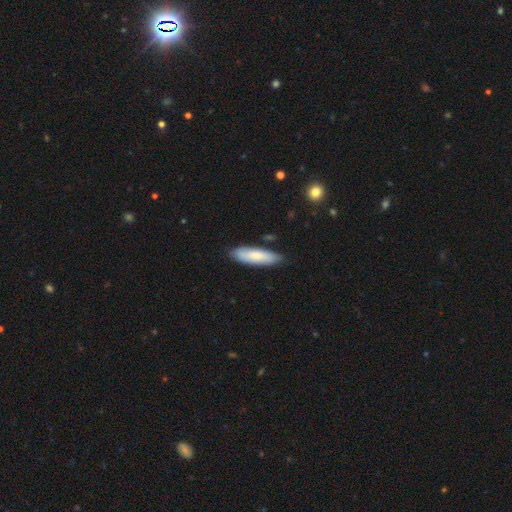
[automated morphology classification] smooth-or-featured: smooth: 76% | featured or disk: 18% | star or artifact: 5%
  how-rounded: cigar-shaped: 57% | in between: 42% | round: 1%
  merging: none: 82% | minor disturbance: 14% | major disturbance: 2% | merger: 2%